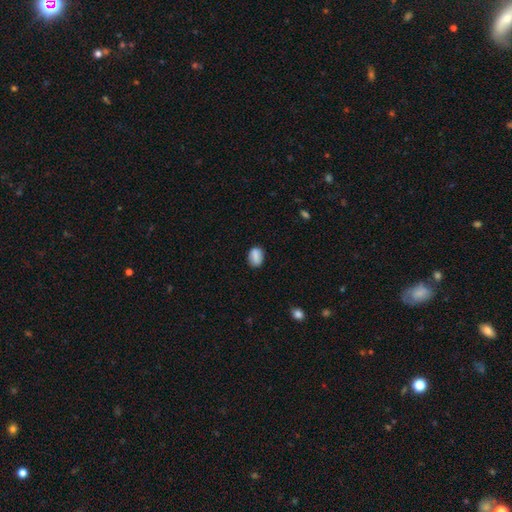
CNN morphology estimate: smooth 85%, star or artifact 8%, featured or disk 7%. Down the decision tree: how rounded — in between (76%); merging — none (80%).